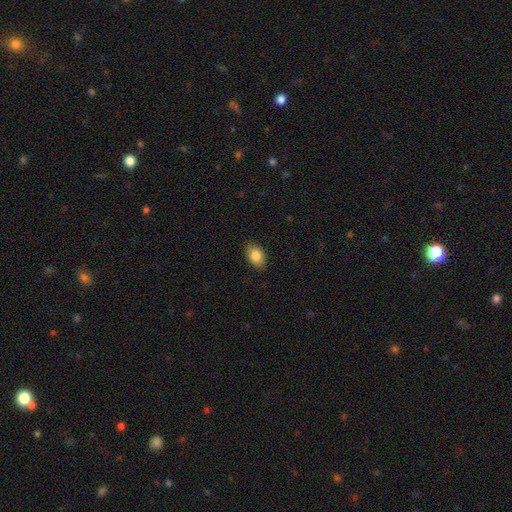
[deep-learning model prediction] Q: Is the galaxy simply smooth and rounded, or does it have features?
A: smooth — 84%.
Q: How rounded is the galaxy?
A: in between — 85%.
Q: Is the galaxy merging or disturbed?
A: none — 87%.